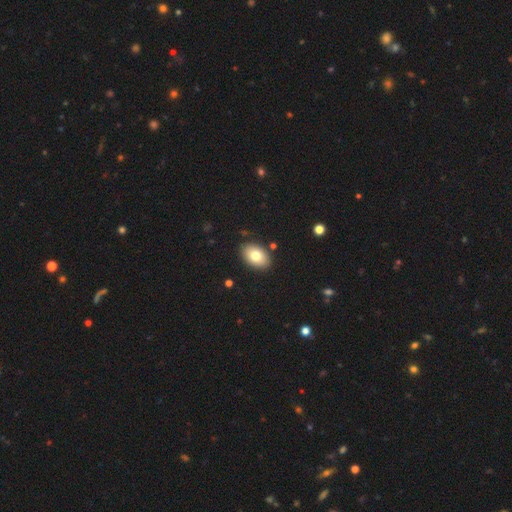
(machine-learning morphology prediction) smooth 78%, featured or disk 14%, star or artifact 8%. Down the decision tree: how rounded — in between (88%); merging — none (88%).